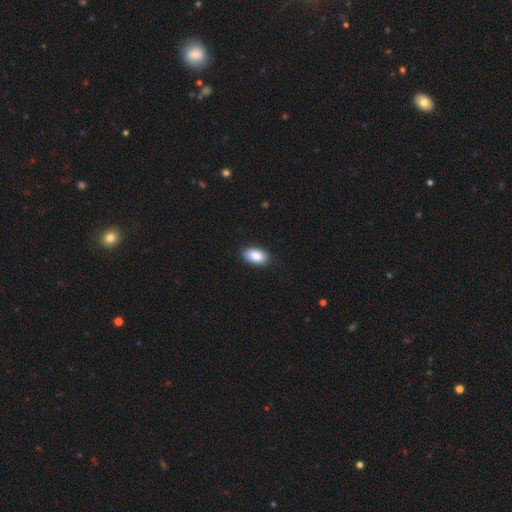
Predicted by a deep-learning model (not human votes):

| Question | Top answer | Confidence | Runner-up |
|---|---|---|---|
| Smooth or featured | smooth | 88% | star or artifact (7%) |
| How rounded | in between | 93% | round (5%) |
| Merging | none | 88% | minor disturbance (9%) |